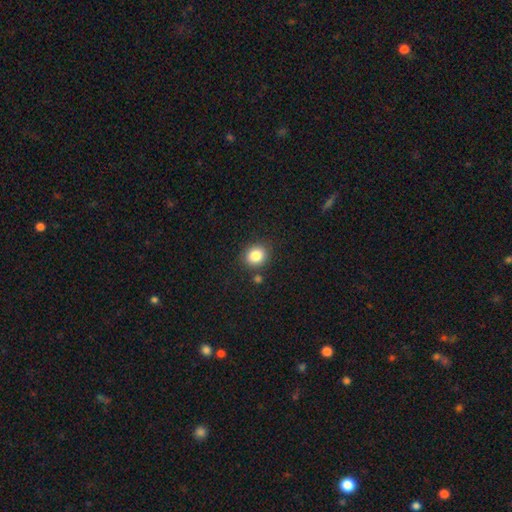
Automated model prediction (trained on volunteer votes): This is clearly a smooth galaxy (84%). How rounded: likely round (73%). Merging: clearly none (82%).